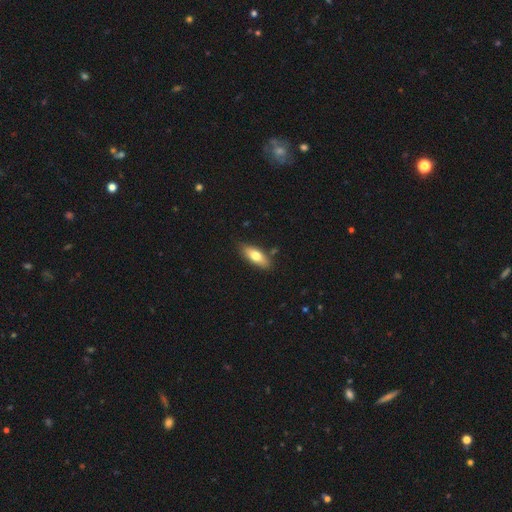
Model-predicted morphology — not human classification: Overall: smooth (69%). How rounded: in between (71%). Merging: none (82%).